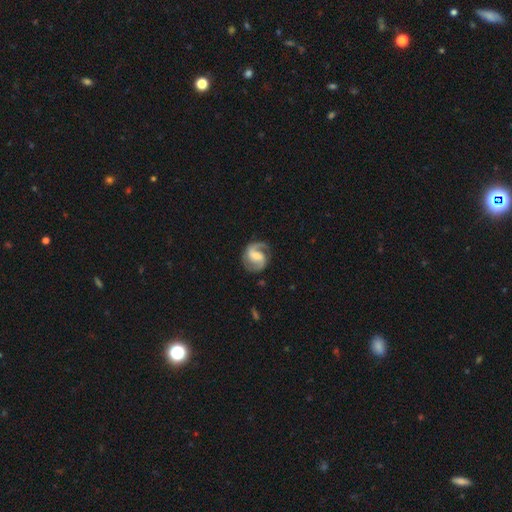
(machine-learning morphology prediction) Overall: featured or disk (87%). Edge-on disk: no (98%). Bar: weak (49%; strong 30%). Spiral arms: yes (97%). Spiral arm count: 2 (90%). Spiral winding: medium (55%; tight 24%). Bulge size: moderate (39%; small 31%). Merging: none (78%).